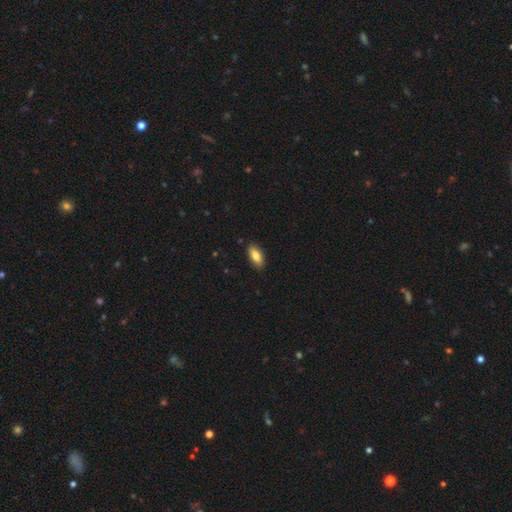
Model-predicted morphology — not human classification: smooth-or-featured: smooth: 81% | featured or disk: 12% | star or artifact: 6%
  how-rounded: in between: 86% | cigar-shaped: 12% | round: 2%
  merging: none: 88% | minor disturbance: 9% | major disturbance: 2% | merger: 1%